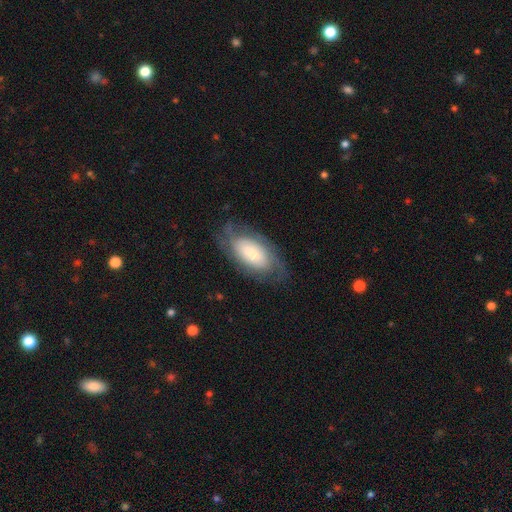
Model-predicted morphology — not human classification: Smooth or featured?
  - featured or disk: 54% *
  - smooth: 39%
  - star or artifact: 7%
Edge-on disk?
  - no: 91% *
  - yes: 9%
Merging?
  - none: 72% *
  - minor disturbance: 18%
  - major disturbance: 9%
  - merger: 1%